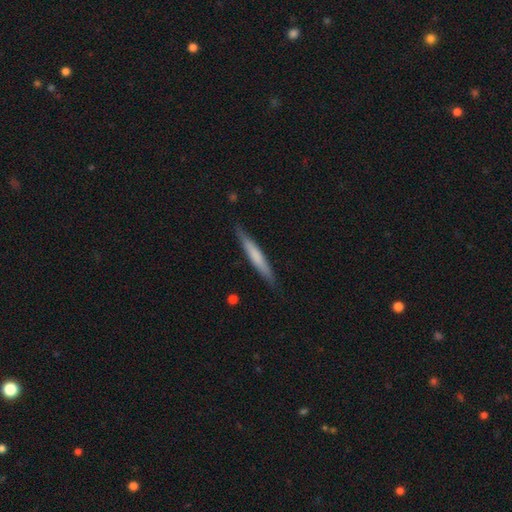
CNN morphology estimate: Overall: smooth (61%; featured or disk 34%). How rounded: cigar-shaped (95%). Merging: none (88%).